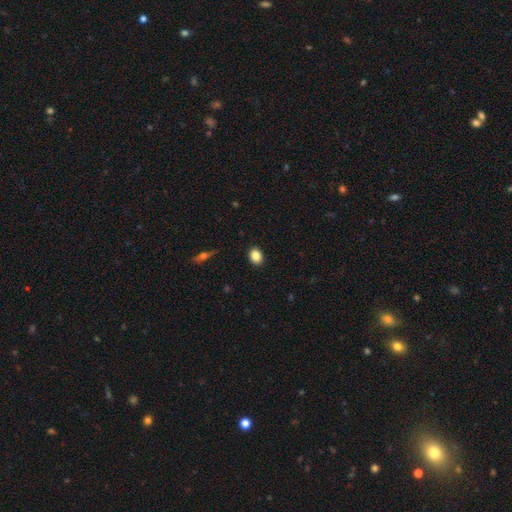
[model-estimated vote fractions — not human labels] Smooth or featured? Predicted: smooth (p=0.86). How rounded? Predicted: in between (p=0.69). Merging? Predicted: none (p=0.90).